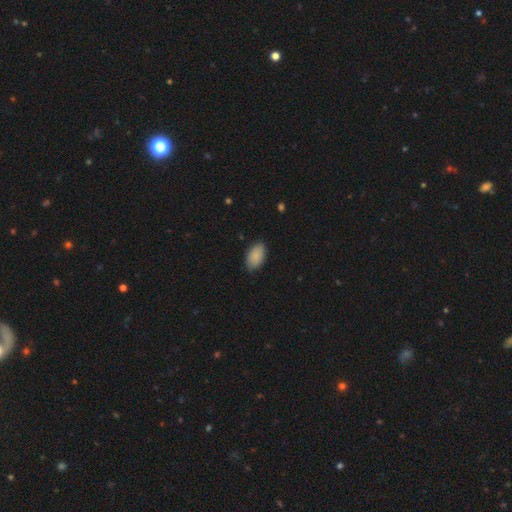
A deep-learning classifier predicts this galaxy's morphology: Smooth or featured? Predicted: smooth (p=0.87). How rounded? Predicted: in between (p=0.93). Merging? Predicted: none (p=0.84).